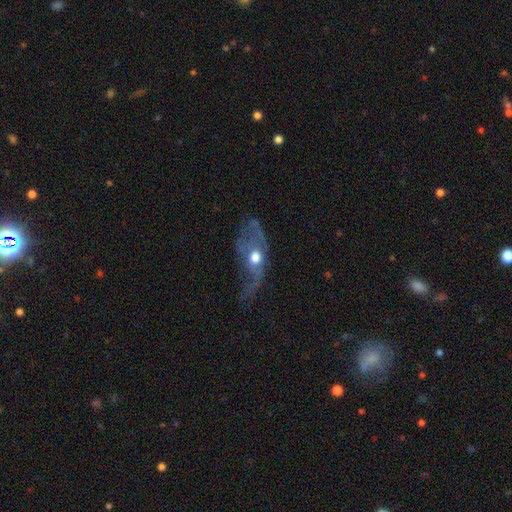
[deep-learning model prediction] smooth-or-featured: featured or disk: 66% | smooth: 26% | star or artifact: 8%
  disk-edge-on: no: 82% | yes: 18%
    bar: no: 84% | weak: 12% | strong: 4%
    has-spiral-arms: yes: 51% | no: 49%
    bulge-size: moderate: 70% | large: 20% | small: 7% | dominant: 2% | none: 1%
  merging: major disturbance: 41% | none: 31% | minor disturbance: 25% | merger: 3%